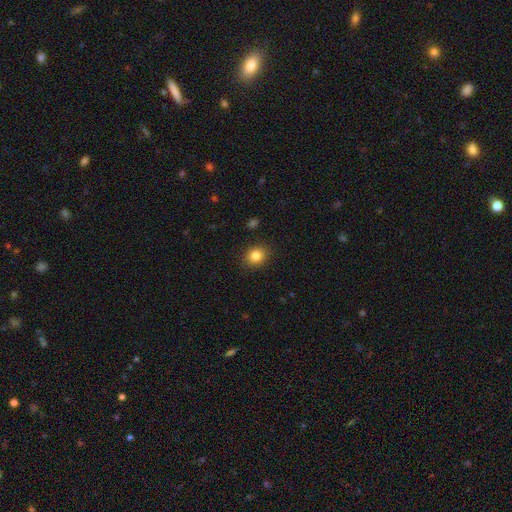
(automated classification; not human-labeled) Smooth or featured? Predicted: smooth (p=0.84). How rounded? Predicted: round (p=0.56). Merging? Predicted: none (p=0.89).